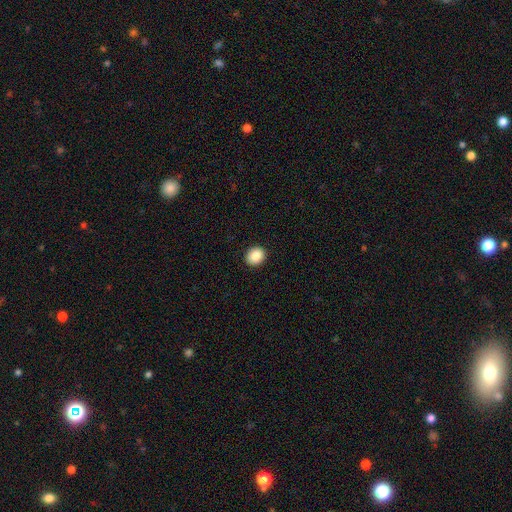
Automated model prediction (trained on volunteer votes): This is clearly a smooth galaxy (88%). How rounded: likely round (72%). Merging: clearly none (92%).